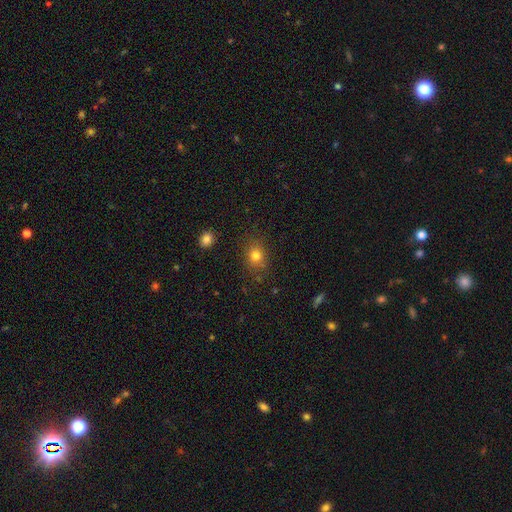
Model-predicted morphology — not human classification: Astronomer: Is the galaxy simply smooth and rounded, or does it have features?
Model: smooth — 80%.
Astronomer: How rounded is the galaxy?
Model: round — 65%.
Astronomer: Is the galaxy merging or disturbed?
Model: none — 83%.